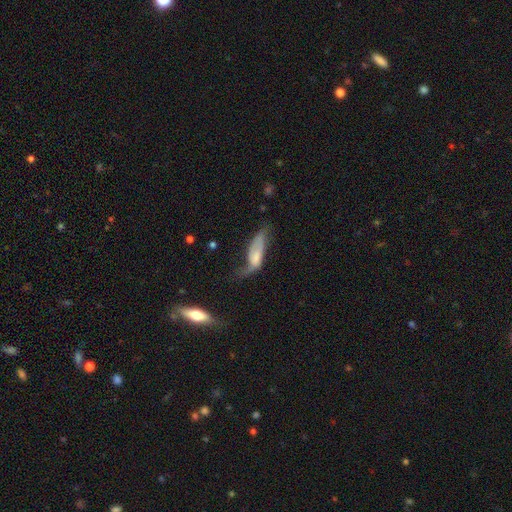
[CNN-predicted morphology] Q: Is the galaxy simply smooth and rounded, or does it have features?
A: smooth — 54%.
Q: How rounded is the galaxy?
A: in between — 62%.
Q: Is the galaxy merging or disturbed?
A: major disturbance — 45%.